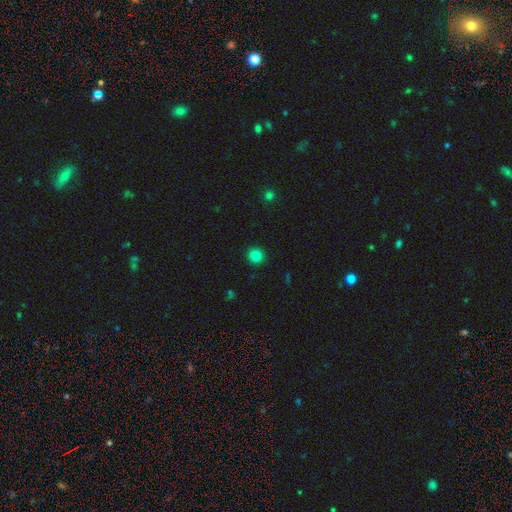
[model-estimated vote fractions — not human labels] Smooth or featured?
  - smooth: 83% *
  - star or artifact: 12%
  - featured or disk: 5%
How rounded?
  - round: 93% *
  - in between: 7%
  - cigar-shaped: 1%
Merging?
  - none: 92% *
  - minor disturbance: 5%
  - major disturbance: 2%
  - merger: 1%